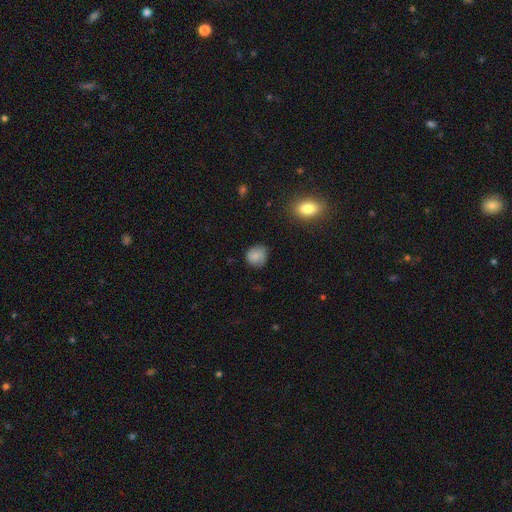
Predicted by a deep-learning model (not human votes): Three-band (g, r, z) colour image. It shows a smooth galaxy with no disk features (75%) that is round (79%). Merging: none (65%).